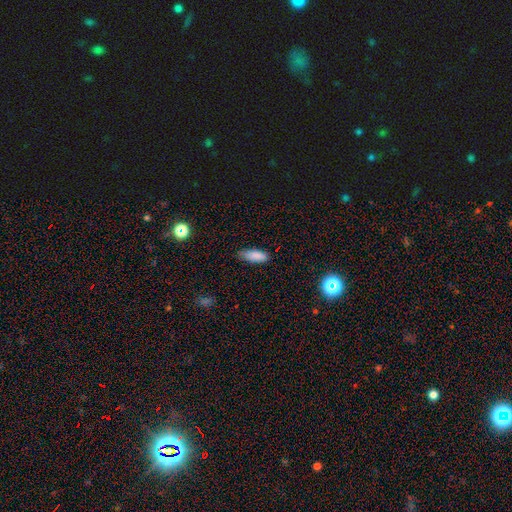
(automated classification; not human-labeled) A smooth galaxy with no disk features (85%) that is in between round and cigar-shaped (67%). Merging: none (75%).